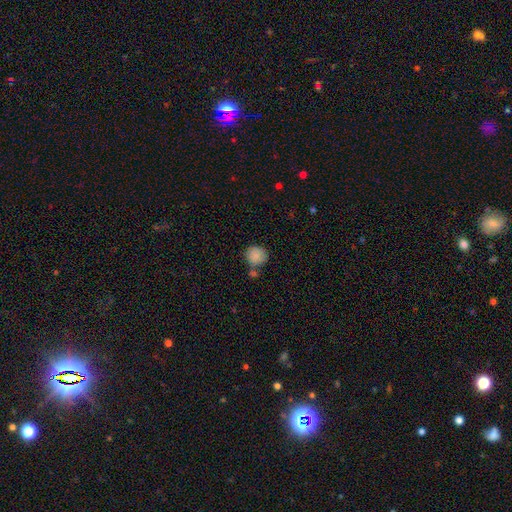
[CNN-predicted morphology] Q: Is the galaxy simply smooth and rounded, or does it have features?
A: smooth — 87%.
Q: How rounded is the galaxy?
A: round — 86%.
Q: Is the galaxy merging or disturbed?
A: none — 62%.